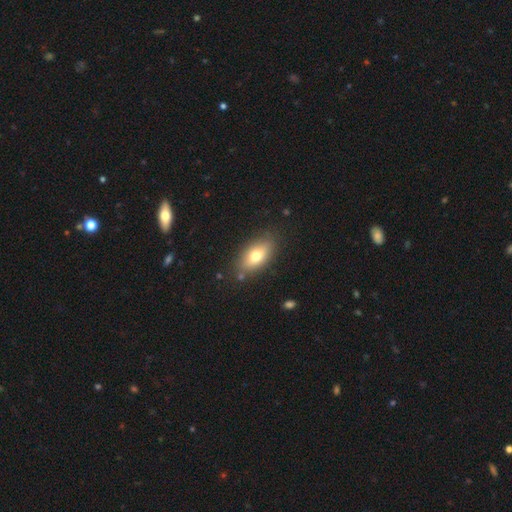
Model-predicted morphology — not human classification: This is likely a smooth galaxy (71%). How rounded: clearly in between (86%). Merging: clearly none (81%).